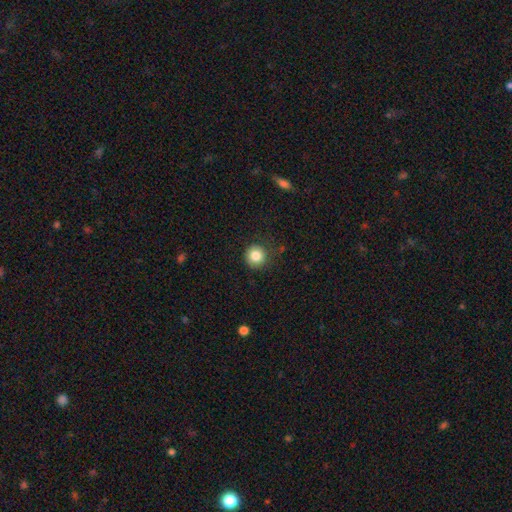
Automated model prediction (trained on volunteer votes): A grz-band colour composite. It shows a smooth galaxy with no disk features (84%) that is round (94%). Merging: none (86%).